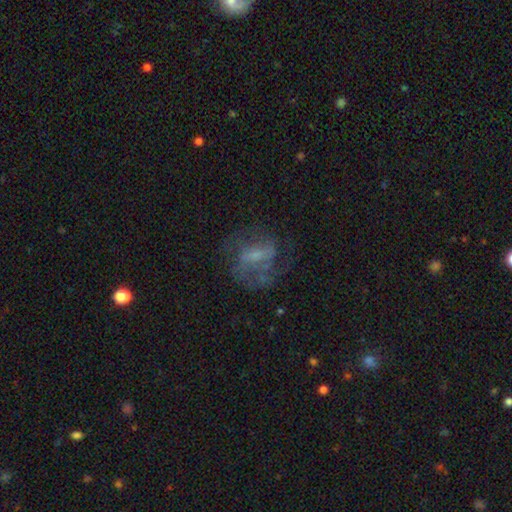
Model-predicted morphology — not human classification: Q: Smooth or featured?
A: featured or disk (60%); runner-up: smooth (27%)
Q: Edge-on disk?
A: no (96%); runner-up: yes (4%)
Q: Bar?
A: weak (45%); runner-up: no (37%)
Q: Spiral arms?
A: yes (64%); runner-up: no (36%)
Q: Bulge size?
A: small (42%); runner-up: none (27%)
Q: Merging?
A: none (51%); runner-up: major disturbance (28%)